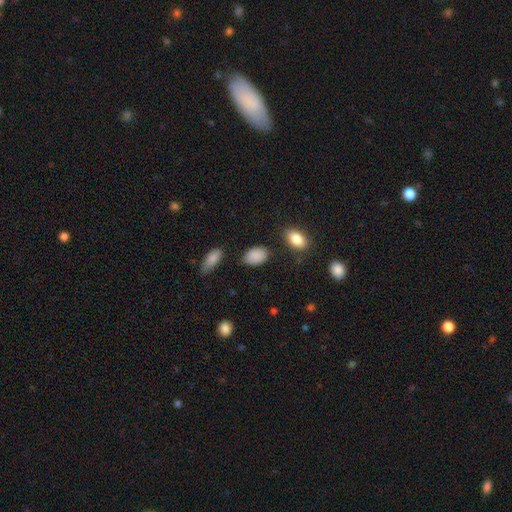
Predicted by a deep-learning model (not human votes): Q: Smooth or featured?
A: smooth (89%); runner-up: star or artifact (7%)
Q: How rounded?
A: in between (89%); runner-up: round (9%)
Q: Merging?
A: none (81%); runner-up: minor disturbance (13%)